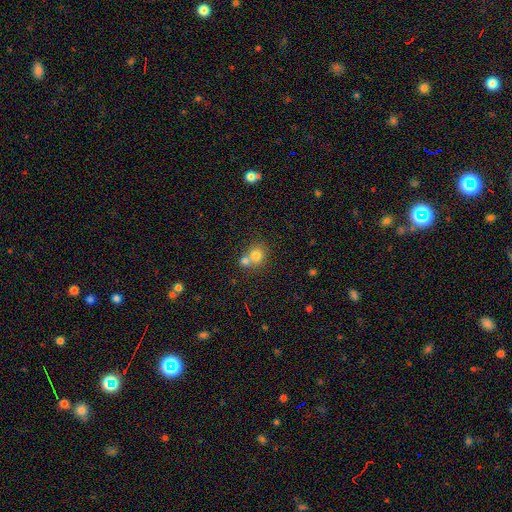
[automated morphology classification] This is likely a smooth galaxy (77%). How rounded: likely round (78%). Merging: possibly merger (47%).